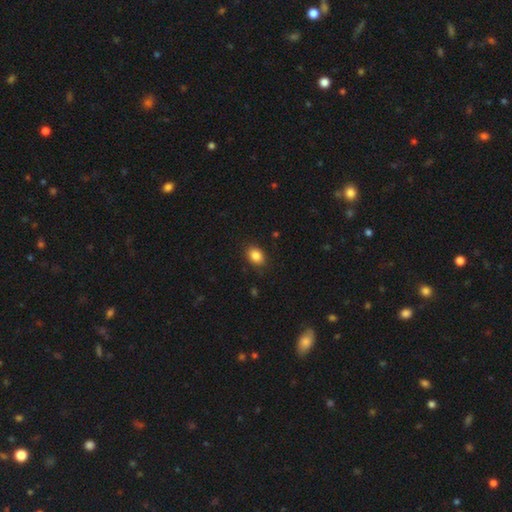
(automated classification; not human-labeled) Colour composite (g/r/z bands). It shows a smooth galaxy with no disk features (86%) that is in between round and cigar-shaped (69%). Merging: none (86%).